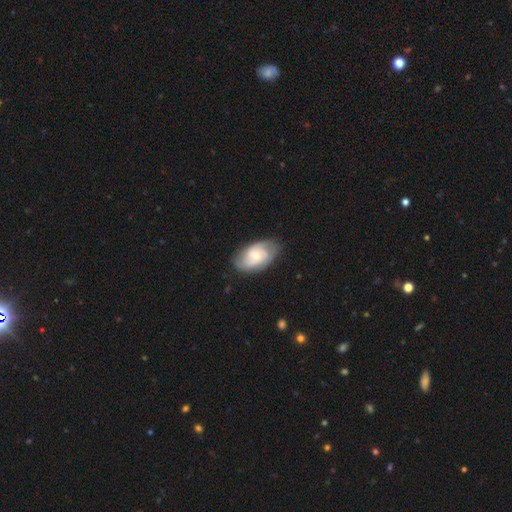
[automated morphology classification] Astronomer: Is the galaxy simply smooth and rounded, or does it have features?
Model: featured or disk — 65%.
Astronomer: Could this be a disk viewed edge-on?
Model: no — 96%.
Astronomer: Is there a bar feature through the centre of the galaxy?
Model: no — 63%.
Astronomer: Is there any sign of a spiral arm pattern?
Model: yes — 89%.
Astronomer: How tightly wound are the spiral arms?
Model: medium — 43% (runner-up: tight, 42%).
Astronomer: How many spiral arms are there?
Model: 2 — 53%.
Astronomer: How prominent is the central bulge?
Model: small — 53% (runner-up: moderate, 42%).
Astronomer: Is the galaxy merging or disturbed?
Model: none — 75%.